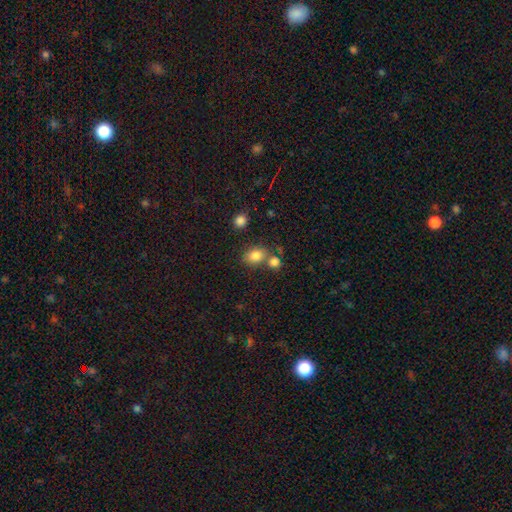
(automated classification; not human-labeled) Smooth or featured?
  - smooth: 82% *
  - star or artifact: 11%
  - featured or disk: 6%
How rounded?
  - in between: 54% *
  - round: 45%
  - cigar-shaped: 1%
Merging?
  - none: 61% *
  - merger: 23%
  - minor disturbance: 12%
  - major disturbance: 4%